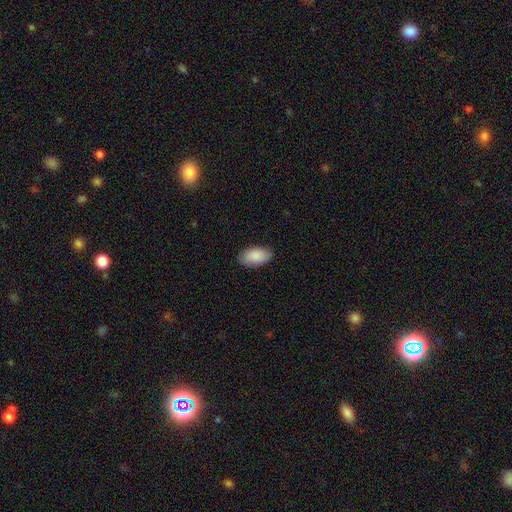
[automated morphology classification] This appears to be a smooth galaxy with no disk features (89%) that is in between round and cigar-shaped (95%). Merging: none (85%).